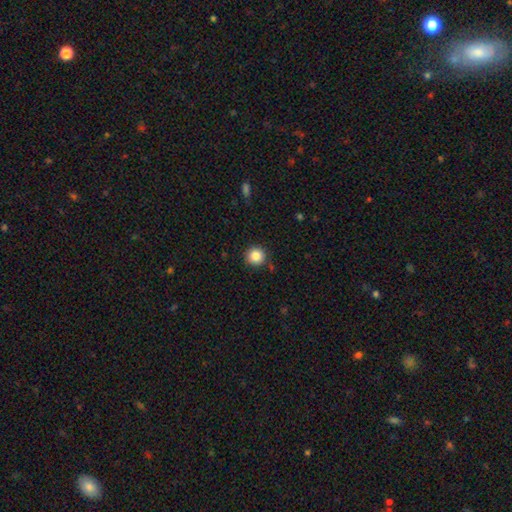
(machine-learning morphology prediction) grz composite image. It shows a smooth galaxy with no disk features (85%) that is round (95%). Merging: none (89%).